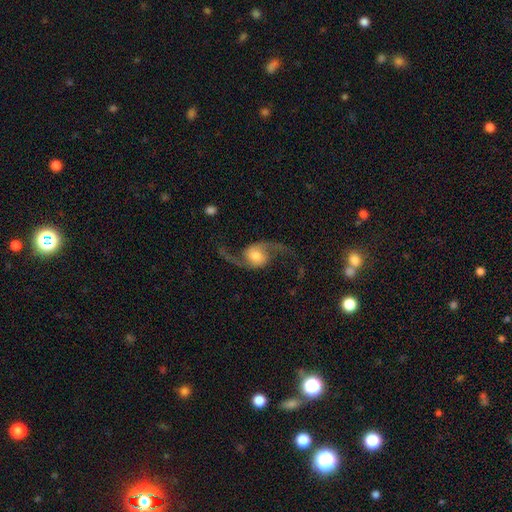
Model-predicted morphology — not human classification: Overall: featured or disk (89%). Edge-on disk: no (96%). Bar: no (58%; weak 33%). Spiral arms: yes (97%). Spiral arm count: 2 (94%). Spiral winding: loose (86%). Bulge size: moderate (50%; large 25%). Merging: none (73%).